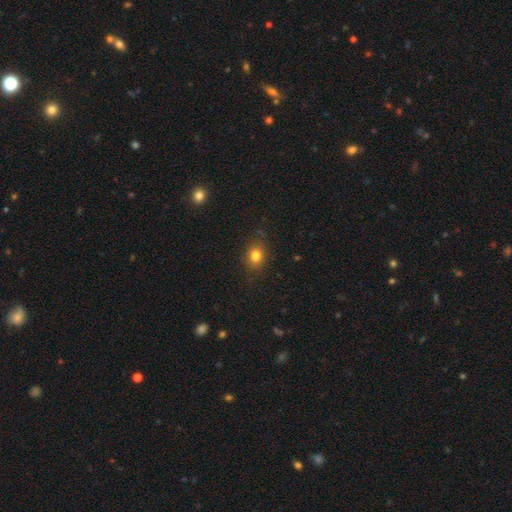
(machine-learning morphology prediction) type=smooth (81%); roundness=round (51%); merging=none (82%).